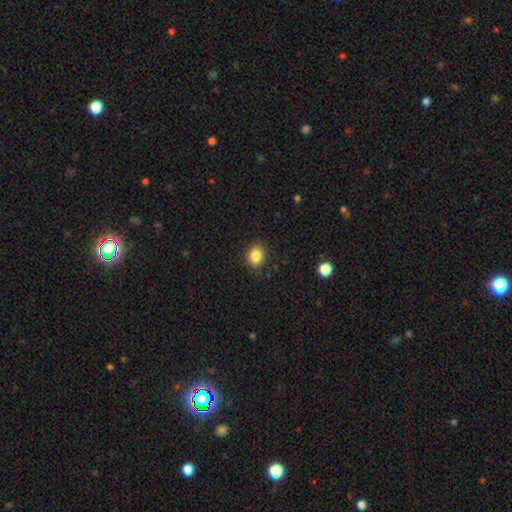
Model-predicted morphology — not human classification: A smooth galaxy with no disk features (84%) that is round (55%).

Vote fractions:
- Smooth or featured? smooth: 84% / star or artifact: 10% / featured or disk: 6%
- How rounded? round: 55% / in between: 44% / cigar-shaped: 1%
- Merging? none: 88% / minor disturbance: 9% / major disturbance: 2% / merger: 1%